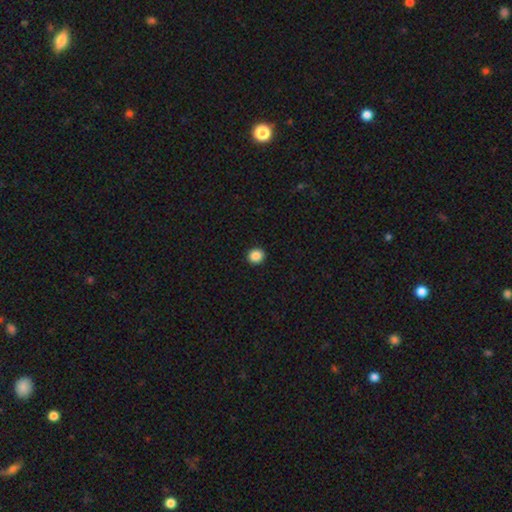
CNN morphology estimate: Smooth or featured: smooth — 87% (star or artifact — 10%)
How rounded: round — 86% (in between — 13%)
Merging: none — 93% (minor disturbance — 4%)